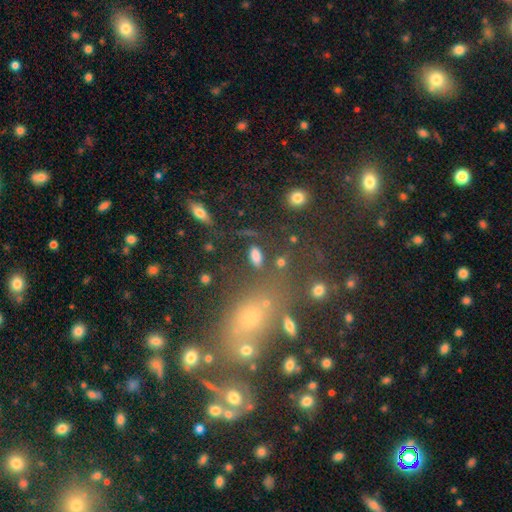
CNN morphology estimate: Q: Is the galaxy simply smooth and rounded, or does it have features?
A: smooth — 78%.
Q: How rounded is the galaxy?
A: in between — 86%.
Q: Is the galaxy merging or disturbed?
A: none — 75%.